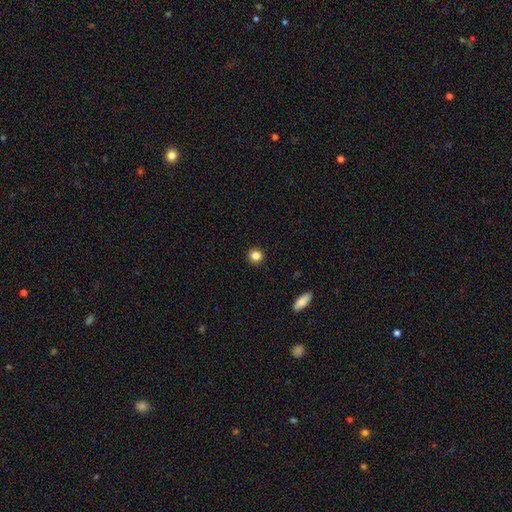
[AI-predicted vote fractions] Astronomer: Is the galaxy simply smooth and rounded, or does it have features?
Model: smooth — 84%.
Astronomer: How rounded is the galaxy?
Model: round — 93%.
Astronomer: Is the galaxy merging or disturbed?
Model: none — 92%.